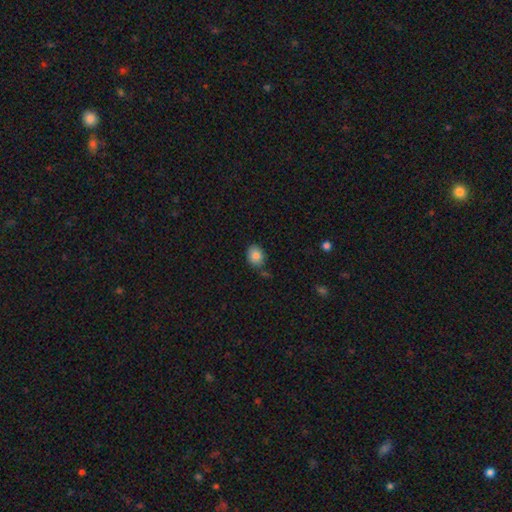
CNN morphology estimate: Overall: smooth (83%). How rounded: round (50%; in between 49%). Merging: none (74%).